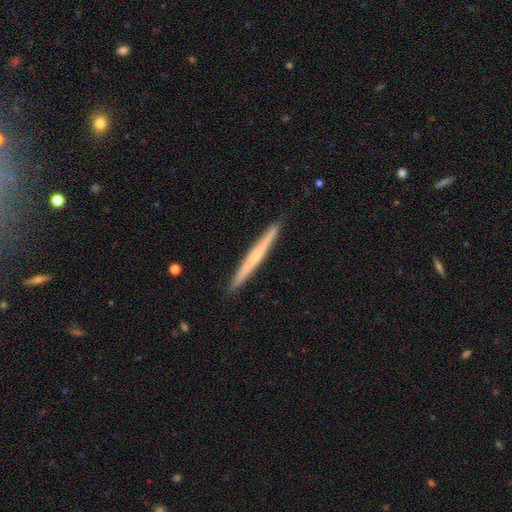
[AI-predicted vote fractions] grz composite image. It shows a featured or disk galaxy (51%) viewed edge-on (98%). Merging: none (92%).